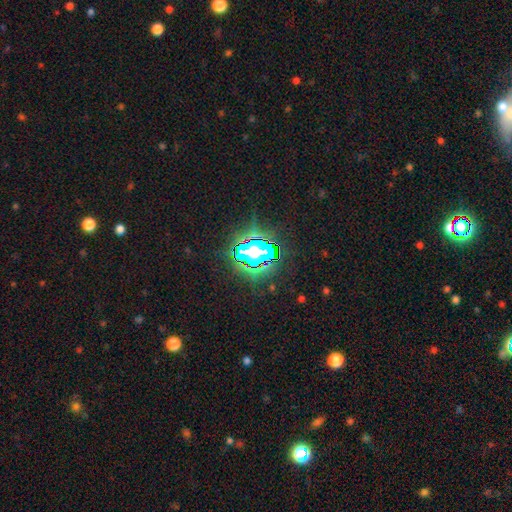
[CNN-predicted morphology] This is likely a star or artifact rather than a galaxy (75%).